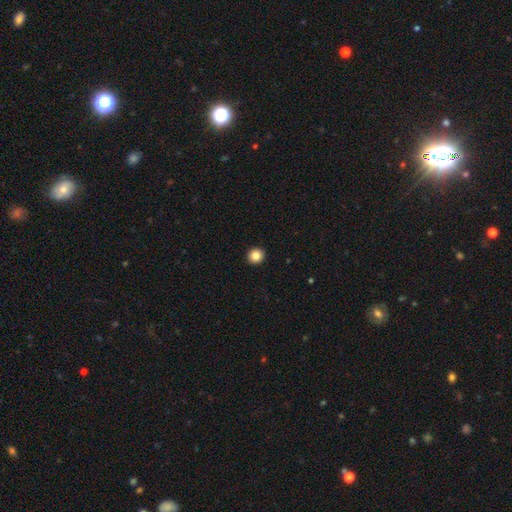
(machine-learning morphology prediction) smooth 85%, star or artifact 10%, featured or disk 4%. Down the decision tree: how rounded — round (94%); merging — none (94%).